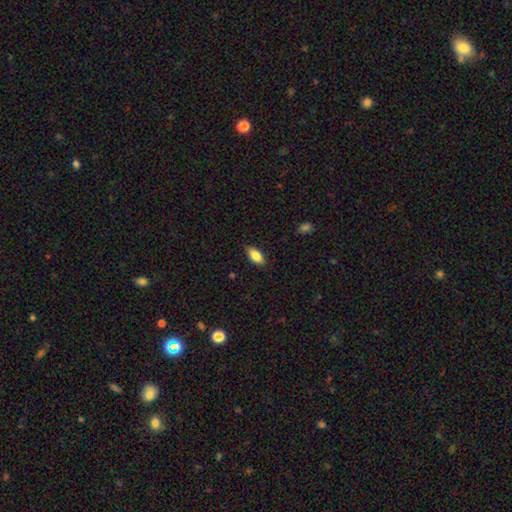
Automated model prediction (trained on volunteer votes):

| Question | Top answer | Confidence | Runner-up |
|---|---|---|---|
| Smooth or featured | smooth | 83% | featured or disk (10%) |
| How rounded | in between | 89% | cigar-shaped (8%) |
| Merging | none | 83% | minor disturbance (14%) |